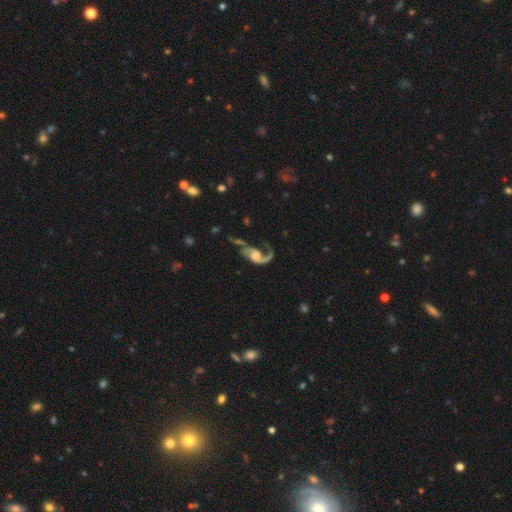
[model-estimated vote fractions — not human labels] A featured or disk galaxy (86%) with no bar (61%), 2 (69%) loose (59%) spiral arms (95%) and a moderate central bulge (30%). Merging: none (40%).